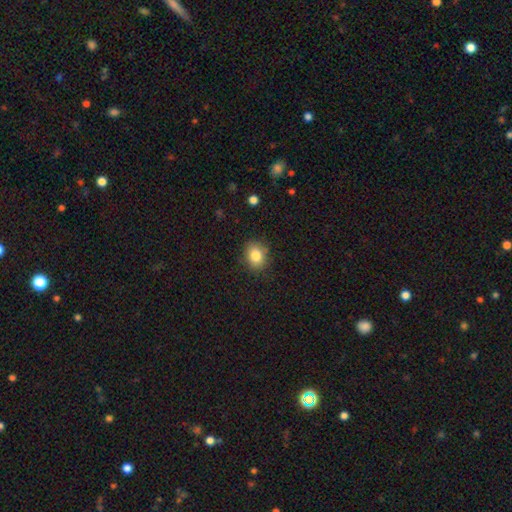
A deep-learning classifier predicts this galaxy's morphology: Smooth or featured: smooth — 83% (star or artifact — 10%)
How rounded: round — 51% (in between — 48%)
Merging: none — 83% (minor disturbance — 12%)